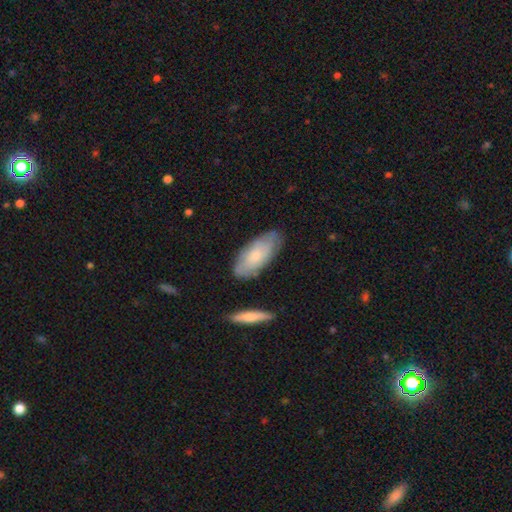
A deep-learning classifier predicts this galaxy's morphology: type=smooth (63%); roundness=in between (87%); merging=none (76%).